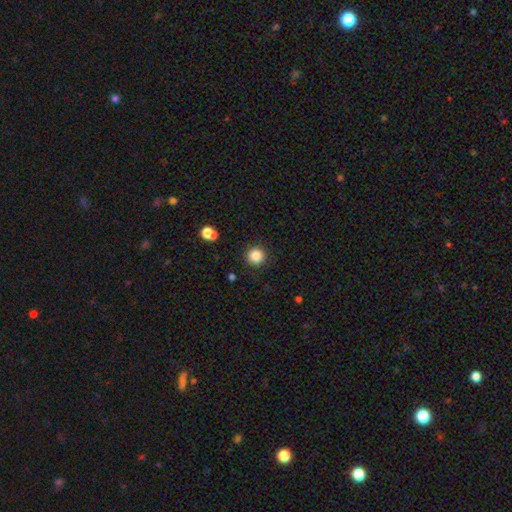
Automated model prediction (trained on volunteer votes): Overall: smooth (86%). How rounded: round (95%). Merging: none (91%).